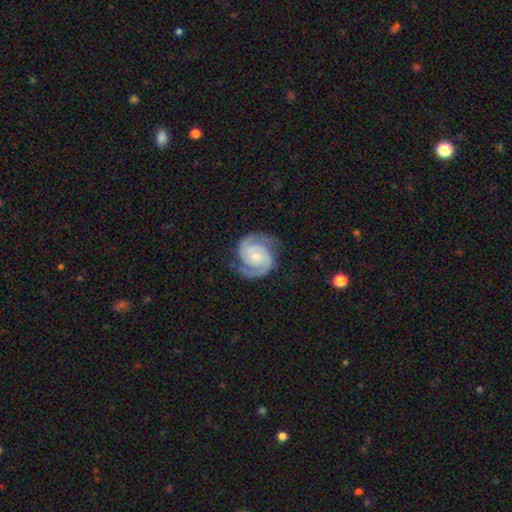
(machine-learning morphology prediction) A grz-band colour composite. It shows a featured or disk galaxy (91%) with no bar (59%), 2 (91%) tight (55%) spiral arms (98%) and a small central bulge (60%). Merging: none (79%).